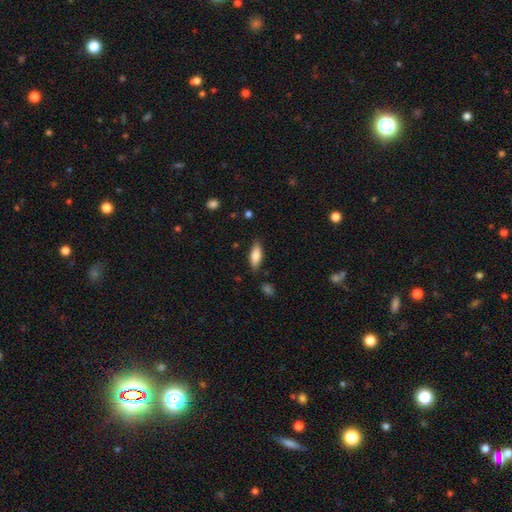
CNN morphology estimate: A smooth galaxy with no disk features (79%) that is in between round and cigar-shaped (73%). Merging: none (83%).